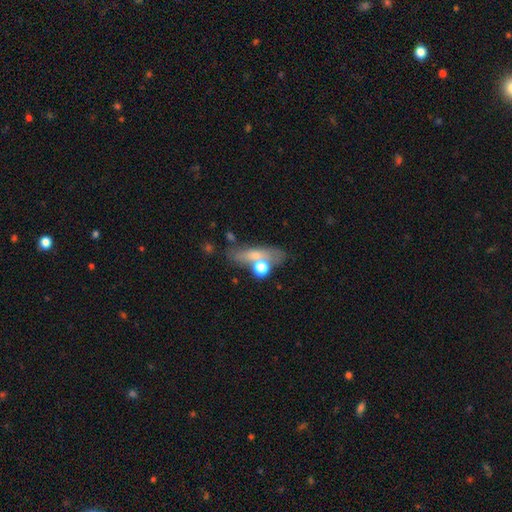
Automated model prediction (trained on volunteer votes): Smooth or featured: smooth — 47% (featured or disk — 37%)
Merging: none — 57% (merger — 17%)